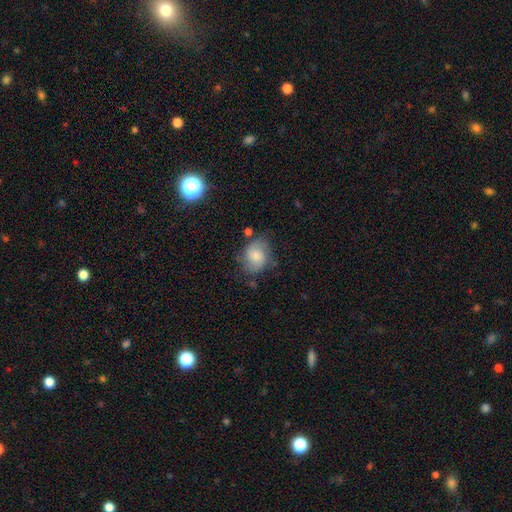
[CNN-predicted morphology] Q: Smooth or featured?
A: smooth (59%); runner-up: featured or disk (33%)
Q: How rounded?
A: round (51%); runner-up: in between (48%)
Q: Merging?
A: none (57%); runner-up: minor disturbance (28%)